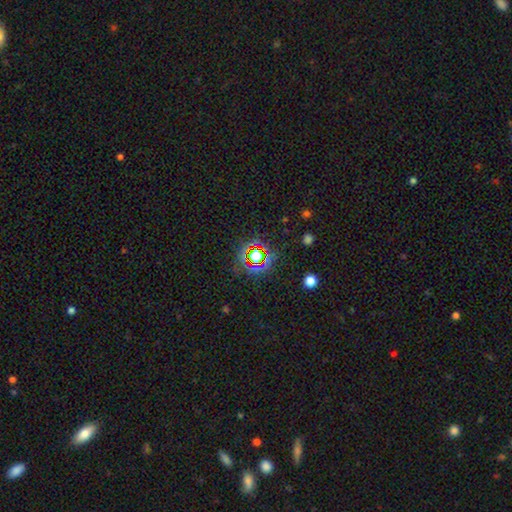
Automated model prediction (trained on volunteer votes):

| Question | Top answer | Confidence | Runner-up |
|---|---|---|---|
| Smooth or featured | star or artifact | 68% | smooth (21%) |